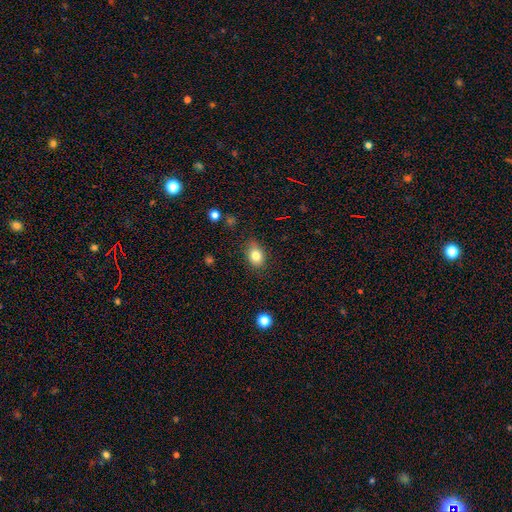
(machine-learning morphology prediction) Smooth or featured: smooth — 81% (star or artifact — 10%)
How rounded: in between — 69% (round — 29%)
Merging: none — 80% (minor disturbance — 15%)